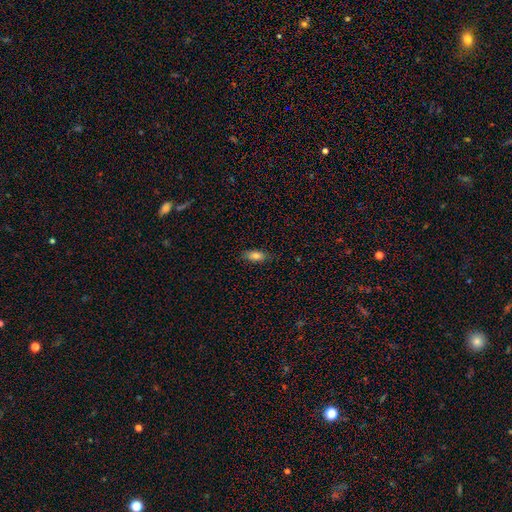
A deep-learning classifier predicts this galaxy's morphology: Q: Smooth or featured?
A: smooth (80%); runner-up: featured or disk (12%)
Q: How rounded?
A: in between (82%); runner-up: cigar-shaped (15%)
Q: Merging?
A: none (82%); runner-up: minor disturbance (15%)